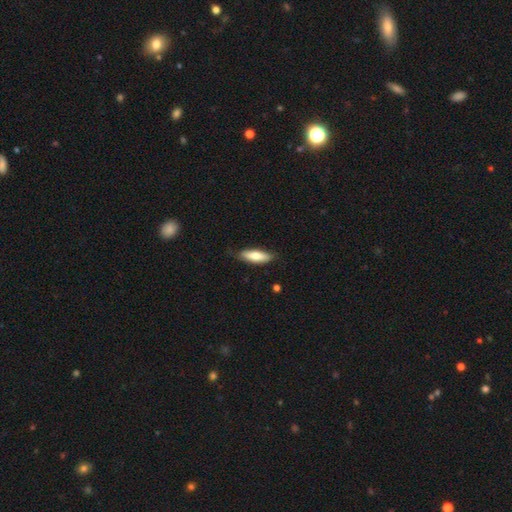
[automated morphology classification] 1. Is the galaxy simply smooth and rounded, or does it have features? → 74% smooth, 21% featured or disk, 6% star or artifact.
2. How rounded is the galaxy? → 57% in between, 41% cigar-shaped, 2% round.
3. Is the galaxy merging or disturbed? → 79% none, 17% minor disturbance, 3% major disturbance, 1% merger.